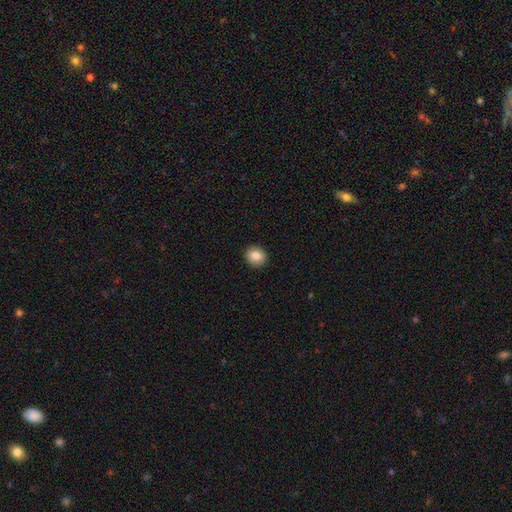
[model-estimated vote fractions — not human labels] A smooth galaxy with no disk features (85%) that is round (70%).

Vote fractions:
- Smooth or featured? smooth: 85% / star or artifact: 9% / featured or disk: 6%
- How rounded? round: 70% / in between: 29% / cigar-shaped: 1%
- Merging? none: 91% / minor disturbance: 6% / major disturbance: 2% / merger: 1%